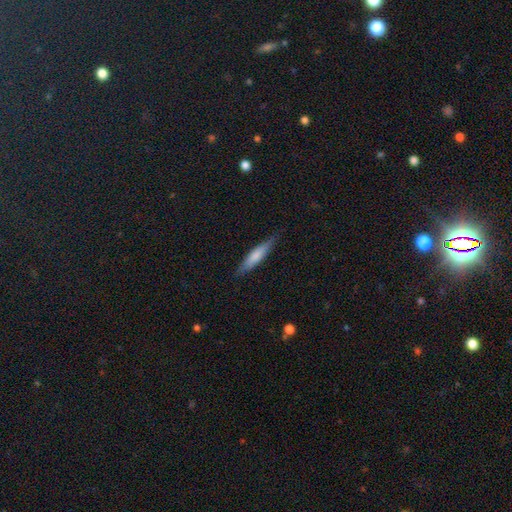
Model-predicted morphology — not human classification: This is likely a smooth galaxy (68%). How rounded: clearly cigar-shaped (83%). Merging: clearly none (83%).